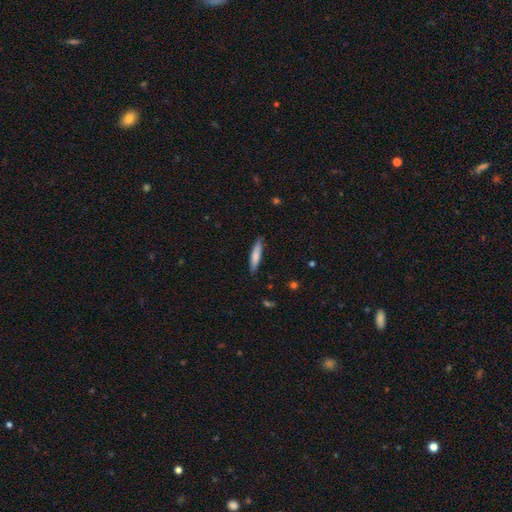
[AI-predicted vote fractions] smooth_or_featured: smooth (p=0.77) [alt: featured or disk p=0.18]
how_rounded: cigar-shaped (p=0.86) [alt: in between p=0.13]
merging: none (p=0.86) [alt: minor disturbance p=0.10]